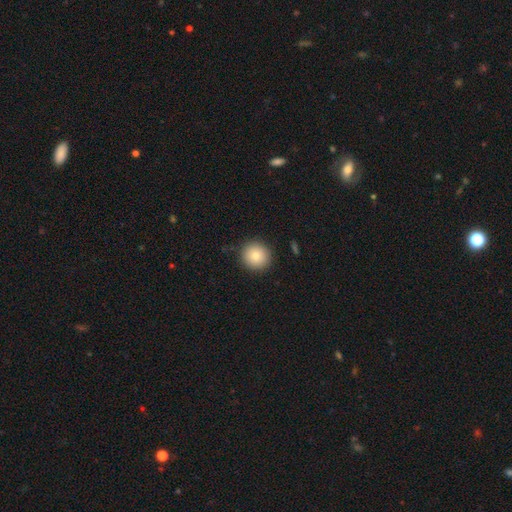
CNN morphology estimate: This is clearly a smooth galaxy (81%). How rounded: clearly round (94%). Merging: clearly none (90%).